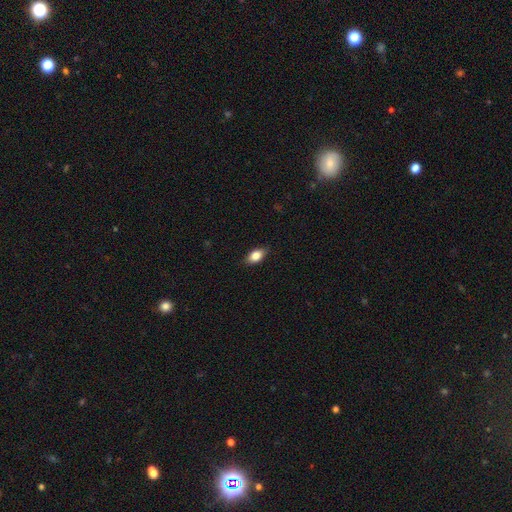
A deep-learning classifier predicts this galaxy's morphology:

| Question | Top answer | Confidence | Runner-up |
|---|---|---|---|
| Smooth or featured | smooth | 80% | featured or disk (12%) |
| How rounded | in between | 86% | round (8%) |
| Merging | none | 85% | minor disturbance (11%) |